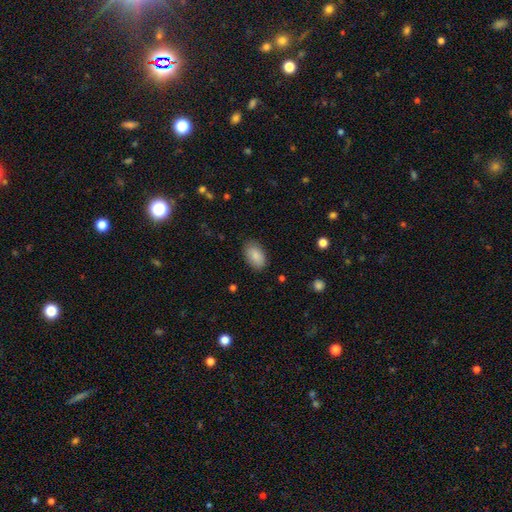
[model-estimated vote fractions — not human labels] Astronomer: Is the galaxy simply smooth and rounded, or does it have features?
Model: smooth — 88%.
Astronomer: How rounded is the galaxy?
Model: in between — 93%.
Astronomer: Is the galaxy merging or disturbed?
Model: none — 84%.